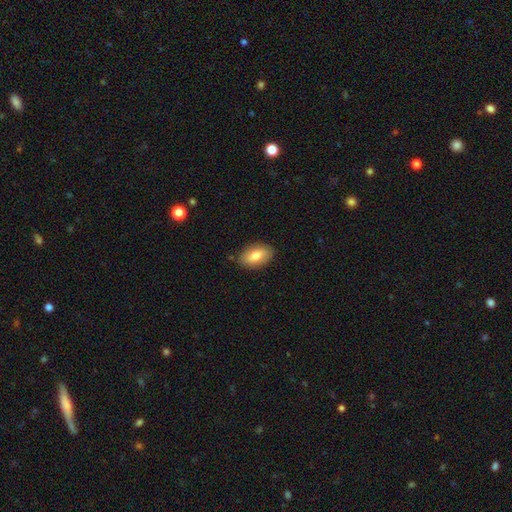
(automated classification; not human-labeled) smooth-or-featured: smooth: 78% | featured or disk: 15% | star or artifact: 7%
  how-rounded: in between: 92% | round: 5% | cigar-shaped: 3%
  merging: none: 84% | minor disturbance: 12% | major disturbance: 2% | merger: 1%